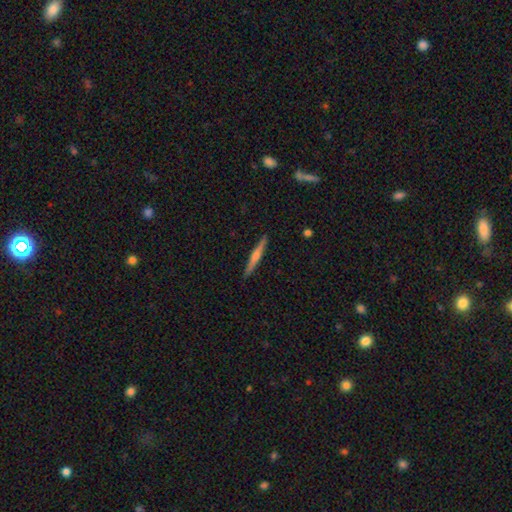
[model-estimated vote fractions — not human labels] smooth_or_featured: featured or disk (p=0.64) [alt: smooth p=0.30]
disk_edge_on: yes (p=0.98) [alt: no p=0.02]
edge_on_bulge: rounded (p=0.75) [alt: none p=0.18]
merging: none (p=0.92) [alt: minor disturbance p=0.06]